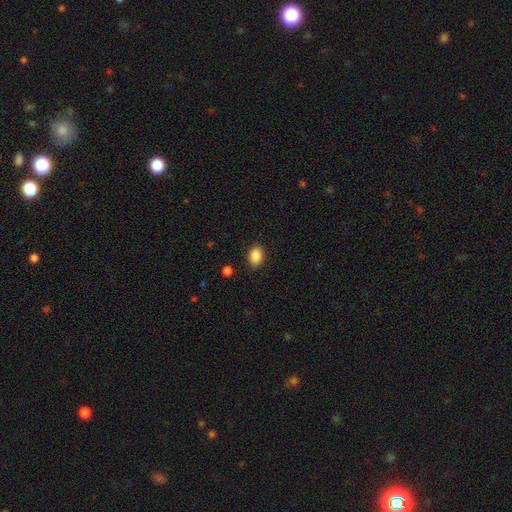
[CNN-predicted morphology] The model was most divided on "how rounded": in between: 77%, round: 22%, cigar-shaped: 1%. More confident: smooth or featured — smooth (88%); merging — none (87%).